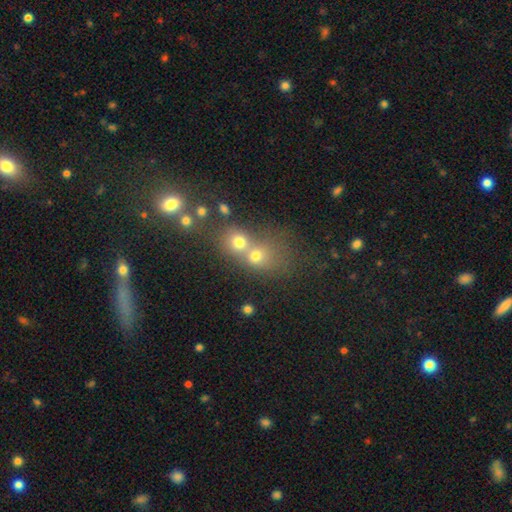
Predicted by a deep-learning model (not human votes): Smooth or featured: smooth — 67% (star or artifact — 18%)
How rounded: round — 68% (in between — 31%)
Merging: merger — 62% (none — 27%)